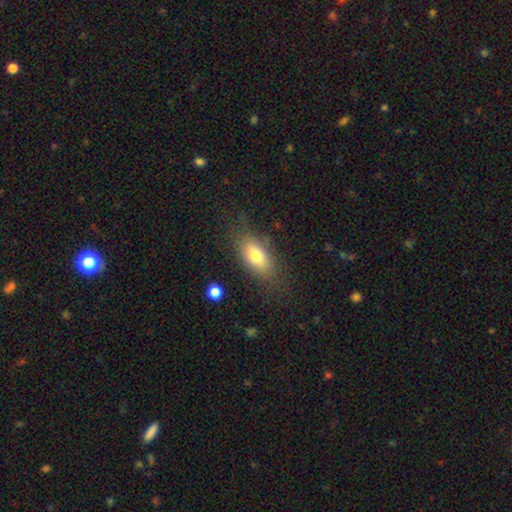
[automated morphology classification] Smooth or featured? Predicted: smooth (p=0.74). How rounded? Predicted: in between (p=0.86). Merging? Predicted: none (p=0.74).